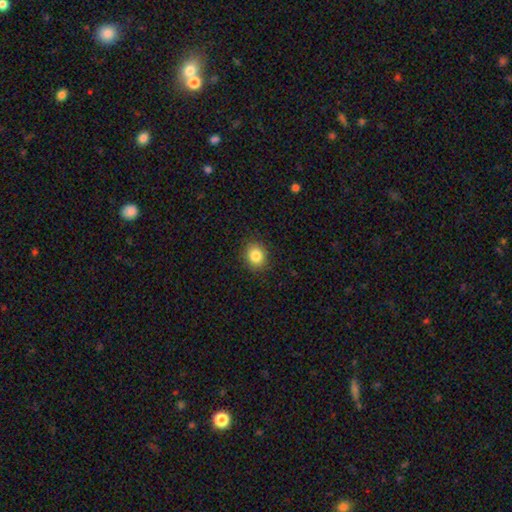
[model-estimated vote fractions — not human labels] The model was most divided on "how rounded": round: 67%, in between: 32%, cigar-shaped: 1%. More confident: merging — none (88%); smooth or featured — smooth (84%).